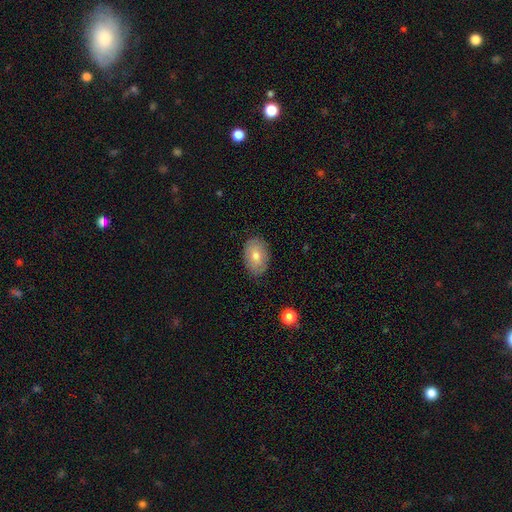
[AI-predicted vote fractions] smooth_or_featured: smooth (p=0.67) [alt: featured or disk p=0.24]
how_rounded: in between (p=0.85) [alt: round p=0.13]
merging: none (p=0.83) [alt: minor disturbance p=0.13]